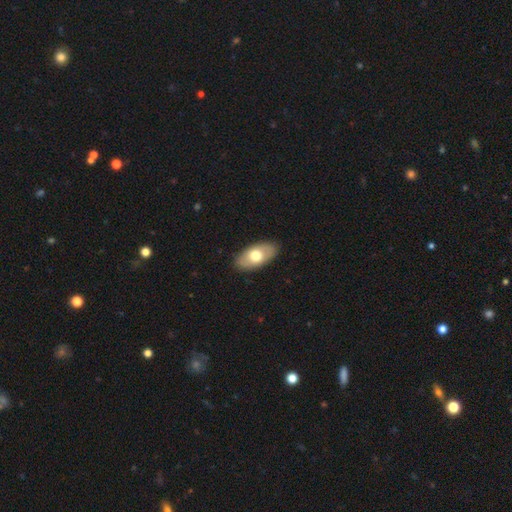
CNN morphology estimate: Overall: smooth (66%; featured or disk 29%). How rounded: in between (93%). Merging: none (88%).